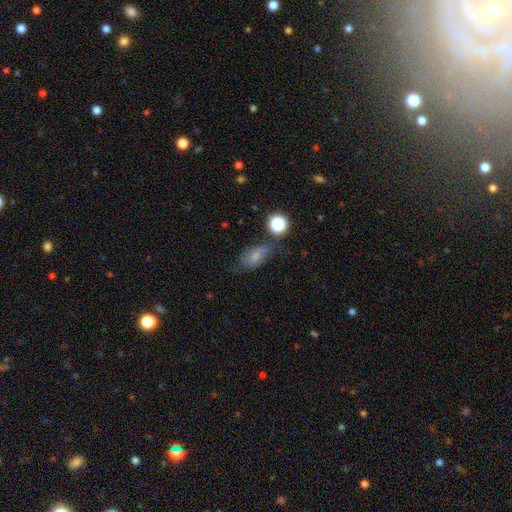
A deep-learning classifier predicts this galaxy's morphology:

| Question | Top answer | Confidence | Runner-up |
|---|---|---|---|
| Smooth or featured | smooth | 70% | featured or disk (16%) |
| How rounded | in between | 83% | round (13%) |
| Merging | none | 55% | minor disturbance (27%) |